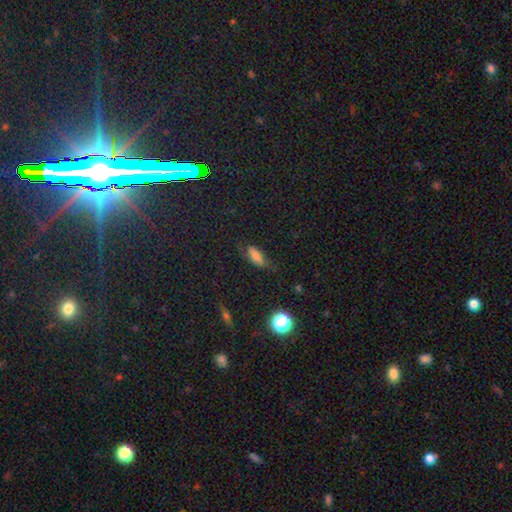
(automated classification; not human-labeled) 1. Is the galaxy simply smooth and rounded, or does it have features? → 70% smooth, 15% featured or disk, 15% star or artifact.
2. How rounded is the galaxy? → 76% in between, 19% cigar-shaped, 4% round.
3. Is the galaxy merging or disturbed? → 58% none, 28% minor disturbance, 11% major disturbance, 2% merger.